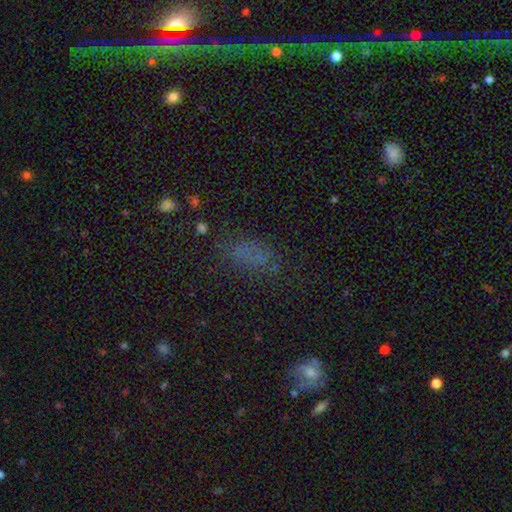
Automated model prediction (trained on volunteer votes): A smooth galaxy with no disk features (61%) that is in between round and cigar-shaped (81%).

Vote fractions:
- Smooth or featured? smooth: 61% / star or artifact: 27% / featured or disk: 12%
- How rounded? in between: 81% / cigar-shaped: 11% / round: 8%
- Merging? none: 64% / minor disturbance: 19% / major disturbance: 13% / merger: 4%